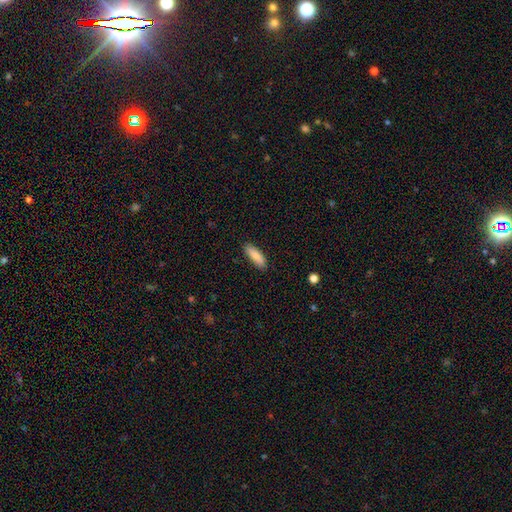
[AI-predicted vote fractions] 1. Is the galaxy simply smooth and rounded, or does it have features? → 86% smooth, 8% featured or disk, 6% star or artifact.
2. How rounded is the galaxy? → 51% in between, 47% cigar-shaped, 2% round.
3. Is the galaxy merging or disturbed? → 85% none, 11% minor disturbance, 2% major disturbance, 1% merger.